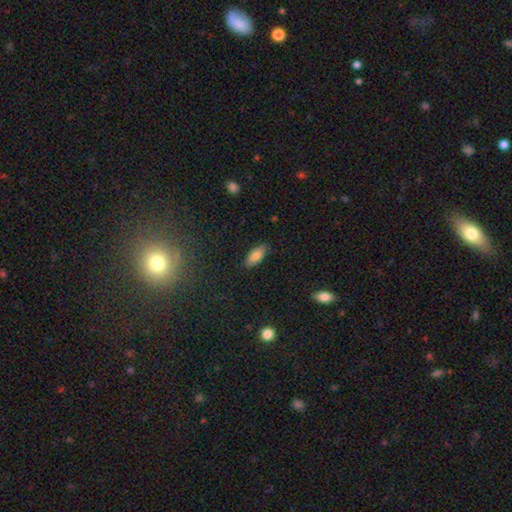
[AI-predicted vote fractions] Smooth or featured?
  - smooth: 83% *
  - featured or disk: 10%
  - star or artifact: 7%
How rounded?
  - in between: 86% *
  - cigar-shaped: 12%
  - round: 2%
Merging?
  - none: 86% *
  - minor disturbance: 10%
  - major disturbance: 2%
  - merger: 1%